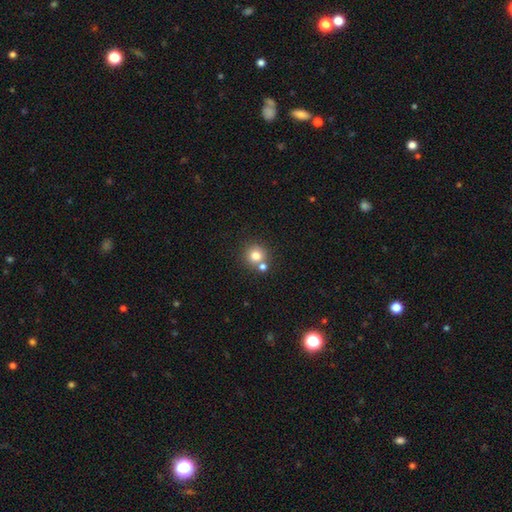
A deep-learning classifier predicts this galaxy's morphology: smooth_or_featured: smooth (p=0.78) [alt: star or artifact p=0.12]
how_rounded: round (p=0.92) [alt: in between p=0.07]
merging: none (p=0.65) [alt: merger p=0.25]